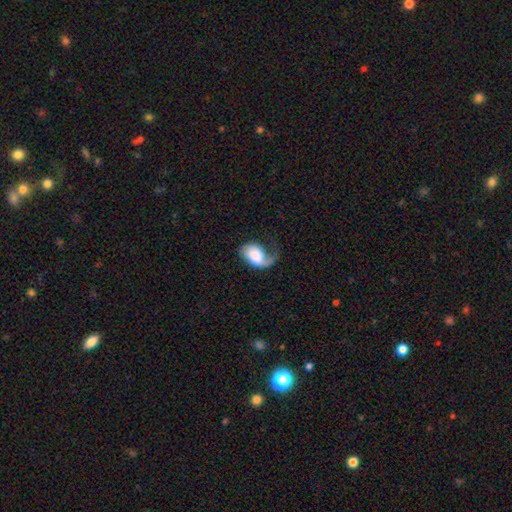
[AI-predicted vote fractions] Overall: smooth (56%; featured or disk 37%). How rounded: in between (85%). Merging: major disturbance (46%; none 25%).